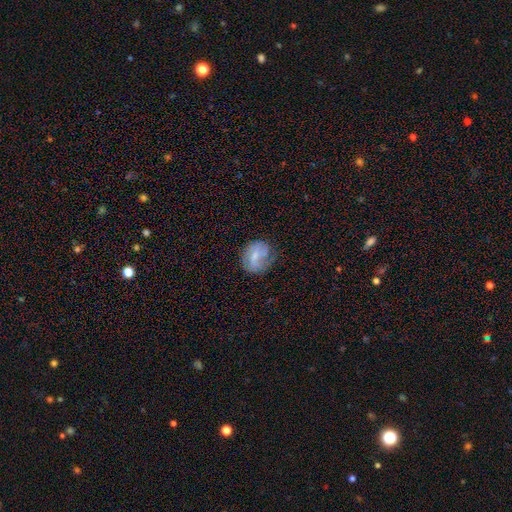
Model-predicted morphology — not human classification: Smooth or featured? featured or disk (48%)
Merging? none (58%)